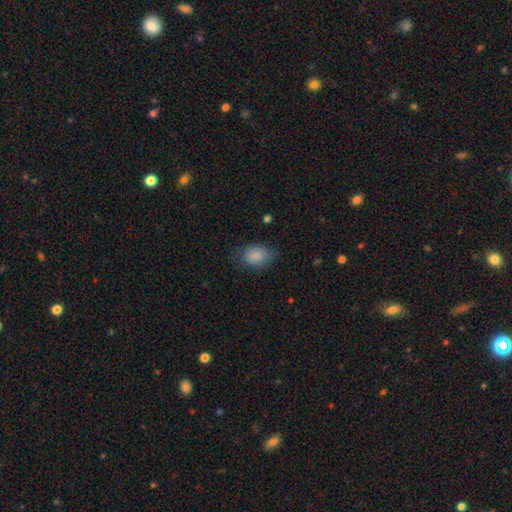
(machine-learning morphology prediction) Smooth or featured? Predicted: smooth (p=0.86). How rounded? Predicted: in between (p=0.72). Merging? Predicted: none (p=0.71).